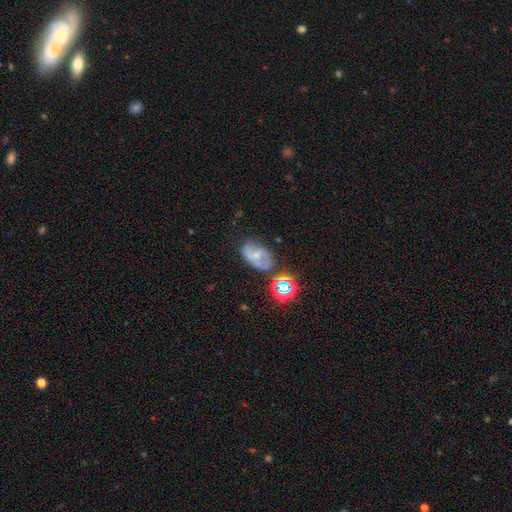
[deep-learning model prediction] Morphology: type=featured or disk (49%); merging=none (51%).